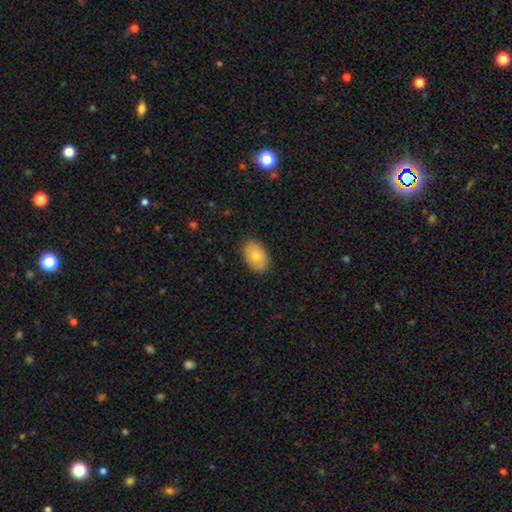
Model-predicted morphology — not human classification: Smooth or featured: smooth — 71% (featured or disk — 22%)
How rounded: in between — 89% (round — 10%)
Merging: none — 88% (minor disturbance — 9%)